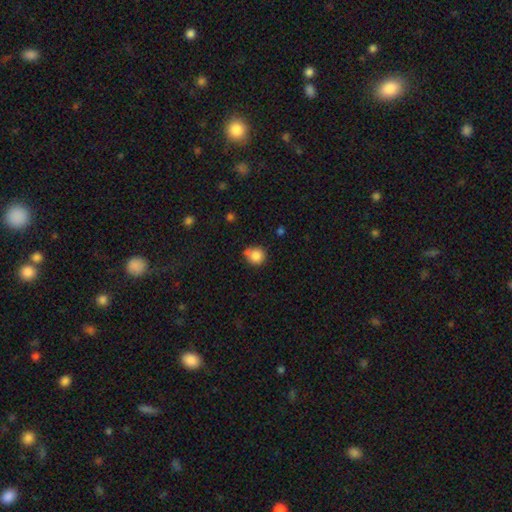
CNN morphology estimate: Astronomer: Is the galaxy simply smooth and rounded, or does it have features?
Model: smooth — 84%.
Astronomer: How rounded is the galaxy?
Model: round — 90%.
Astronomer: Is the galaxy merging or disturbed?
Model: none — 64%.